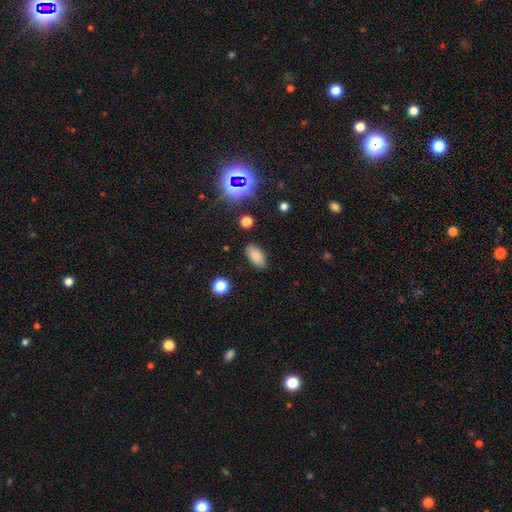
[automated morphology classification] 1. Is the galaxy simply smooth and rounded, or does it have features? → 83% smooth, 11% star or artifact, 6% featured or disk.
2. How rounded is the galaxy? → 92% in between, 4% cigar-shaped, 4% round.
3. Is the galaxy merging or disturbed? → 87% none, 9% minor disturbance, 3% major disturbance, 1% merger.